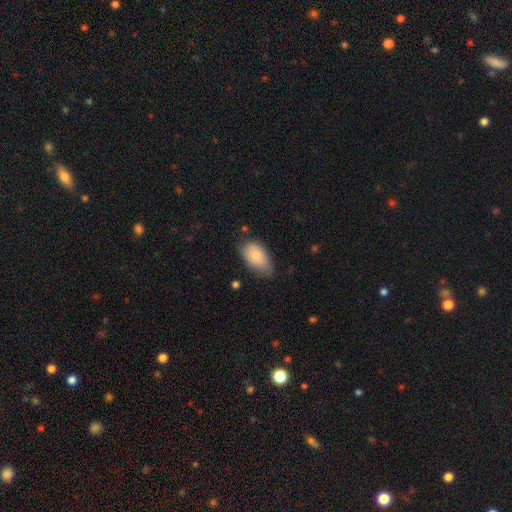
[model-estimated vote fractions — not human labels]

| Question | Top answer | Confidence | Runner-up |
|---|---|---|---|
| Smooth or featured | smooth | 82% | featured or disk (11%) |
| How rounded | in between | 93% | round (5%) |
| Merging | none | 63% | minor disturbance (29%) |